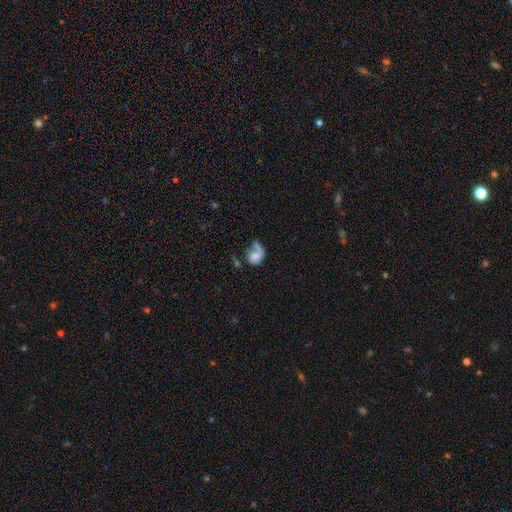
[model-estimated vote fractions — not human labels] Smooth or featured: featured or disk — 55% (smooth — 36%)
Edge-on disk: no — 97% (yes — 3%)
Bar: no — 61% (weak — 31%)
Spiral arms: yes — 73% (no — 27%)
Bulge size: small — 36% (moderate — 31%)
Merging: major disturbance — 33% (none — 32%)